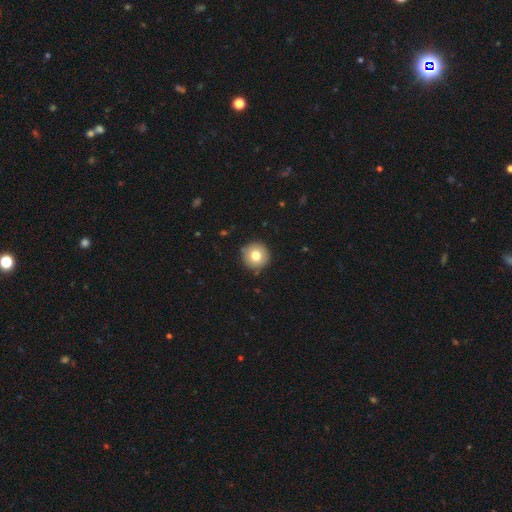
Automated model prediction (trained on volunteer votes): Q: Smooth or featured?
A: smooth (79%); runner-up: featured or disk (12%)
Q: How rounded?
A: round (96%); runner-up: in between (3%)
Q: Merging?
A: none (90%); runner-up: minor disturbance (7%)